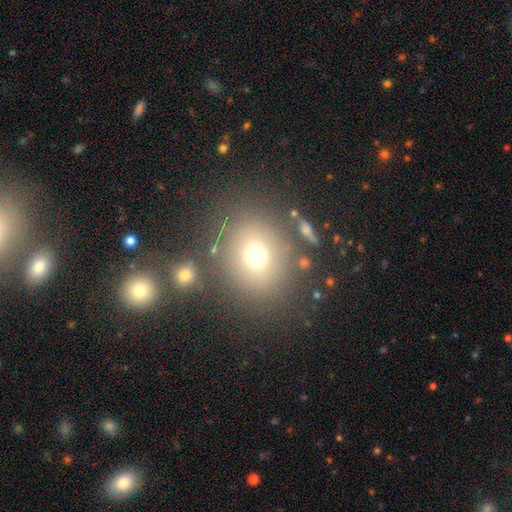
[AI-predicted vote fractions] This is likely a smooth galaxy (71%). How rounded: likely round (71%). Merging: likely none (75%).